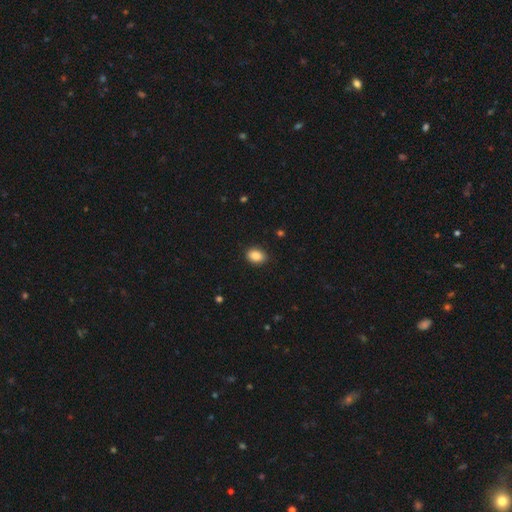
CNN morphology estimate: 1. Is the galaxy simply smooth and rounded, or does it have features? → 89% smooth, 8% star or artifact, 3% featured or disk.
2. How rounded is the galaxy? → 76% in between, 23% round, 1% cigar-shaped.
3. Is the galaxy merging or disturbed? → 87% none, 9% minor disturbance, 2% major disturbance, 1% merger.